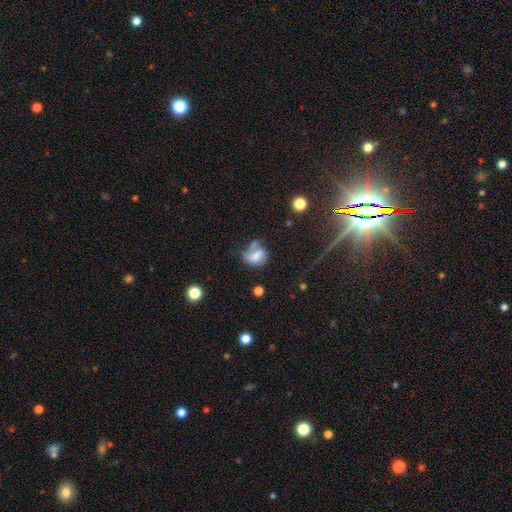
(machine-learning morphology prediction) smooth-or-featured: smooth: 58% | featured or disk: 30% | star or artifact: 12%
  how-rounded: in between: 57% | round: 41% | cigar-shaped: 2%
  merging: none: 35% | merger: 25% | minor disturbance: 24% | major disturbance: 17%